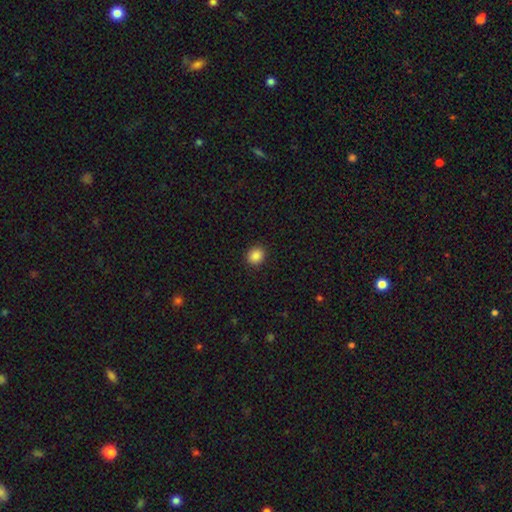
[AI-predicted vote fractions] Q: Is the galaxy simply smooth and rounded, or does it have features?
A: smooth — 87%.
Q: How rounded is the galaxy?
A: round — 79%.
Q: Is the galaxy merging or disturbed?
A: none — 91%.